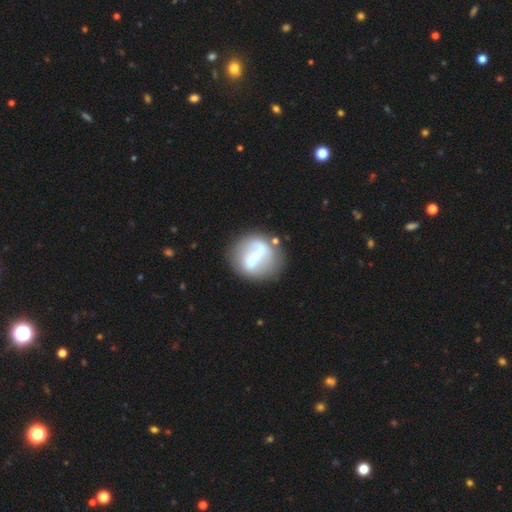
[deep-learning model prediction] Overall: featured or disk (57%; smooth 35%). Edge-on disk: no (89%). Bar: strong (75%). Spiral arms: no (76%). Bulge size: none (33%; small 28%). Merging: none (64%).